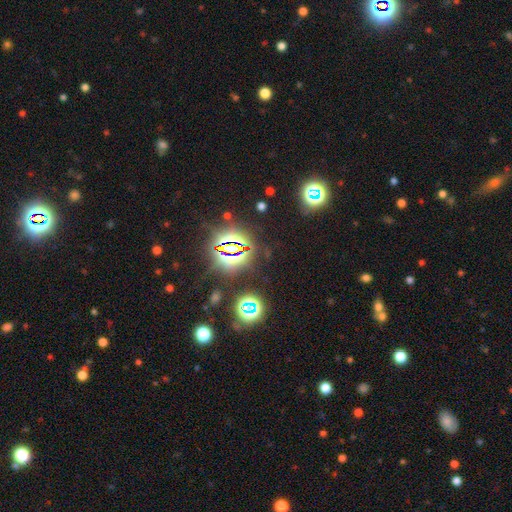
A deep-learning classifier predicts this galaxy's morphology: This is clearly a star or artifact rather than a galaxy (82%).